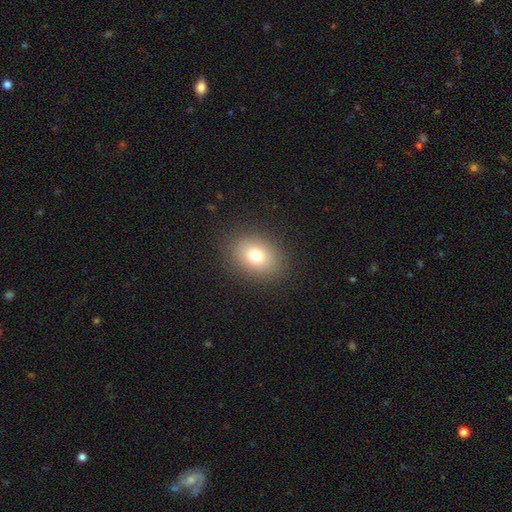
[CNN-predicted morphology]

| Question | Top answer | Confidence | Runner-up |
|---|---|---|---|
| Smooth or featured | smooth | 77% | star or artifact (12%) |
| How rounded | in between | 65% | round (34%) |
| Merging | none | 88% | minor disturbance (8%) |